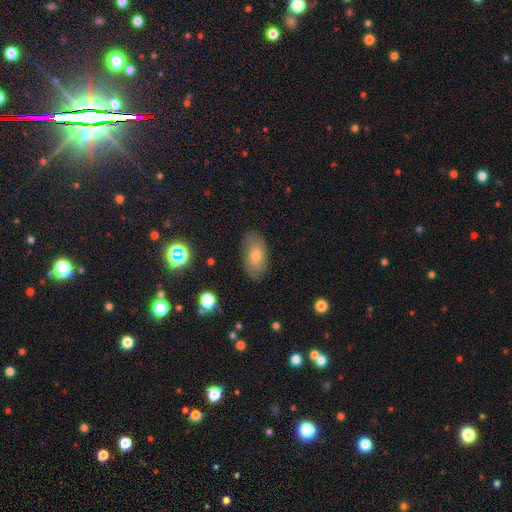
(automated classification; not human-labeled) Morphology: type=featured or disk (49%); merging=none (78%).